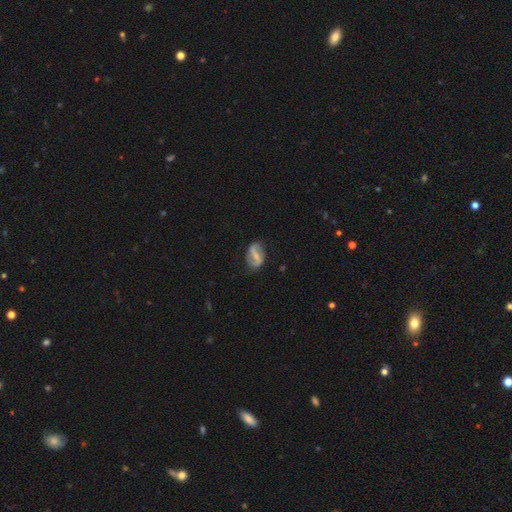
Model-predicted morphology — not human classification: type=featured or disk (77%); edge-on=no (96%); bar=strong (55%); spiral arms=yes (85%); winding=loose (51%); arm count=2 (89%); bulge=small (53%); merging=none (76%).